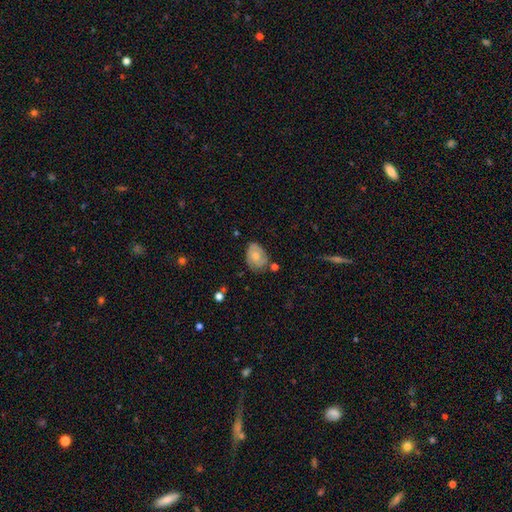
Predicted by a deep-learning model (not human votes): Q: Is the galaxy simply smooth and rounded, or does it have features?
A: featured or disk — 49%.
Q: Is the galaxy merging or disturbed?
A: none — 60%.